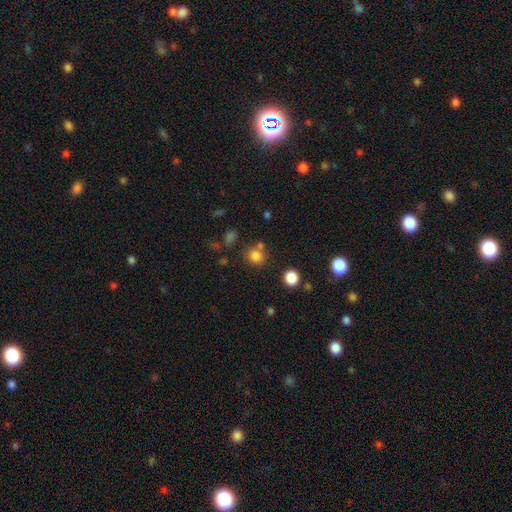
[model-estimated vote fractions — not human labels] smooth_or_featured: smooth (p=0.79) [alt: star or artifact p=0.15]
how_rounded: round (p=0.82) [alt: in between p=0.17]
merging: none (p=0.72) [alt: merger p=0.14]